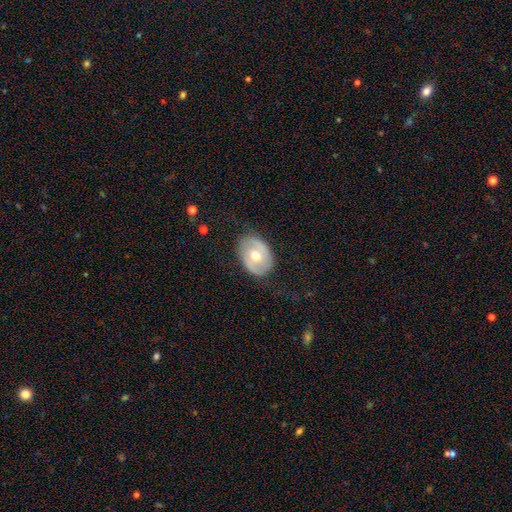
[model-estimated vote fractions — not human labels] The model was most divided on "spiral arms" (2-way tie): yes: 50%, no: 50%. More confident: edge-on disk — no (94%); bulge size — moderate (79%); merging — none (77%); smooth or featured — featured or disk (54%); bar — no (53%).